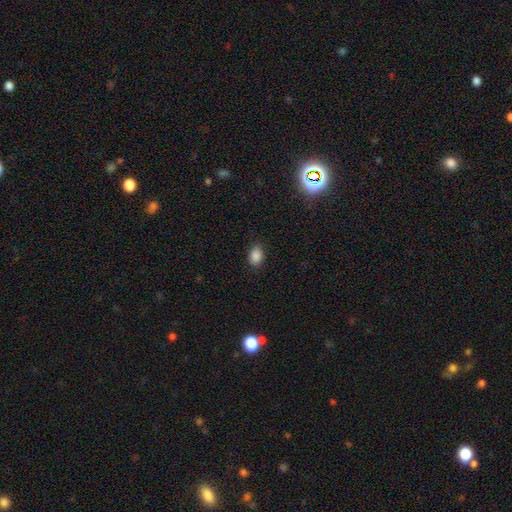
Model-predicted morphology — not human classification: Smooth or featured?
  - smooth: 87% *
  - star or artifact: 10%
  - featured or disk: 3%
How rounded?
  - in between: 80% *
  - round: 19%
  - cigar-shaped: 1%
Merging?
  - none: 85% *
  - minor disturbance: 12%
  - major disturbance: 3%
  - merger: 1%